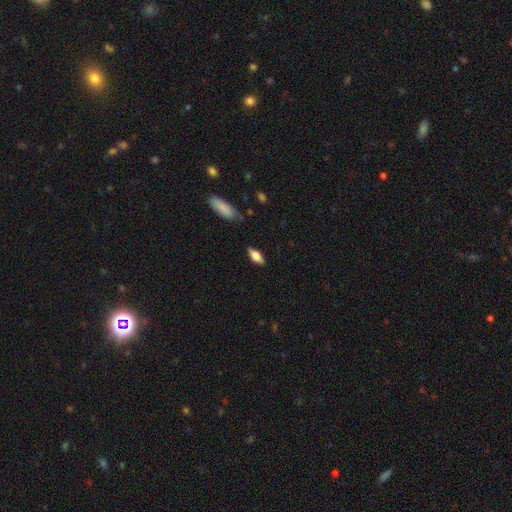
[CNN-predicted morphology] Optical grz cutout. It shows a smooth galaxy with no disk features (68%) that is in between round and cigar-shaped (75%). Merging: none (83%).